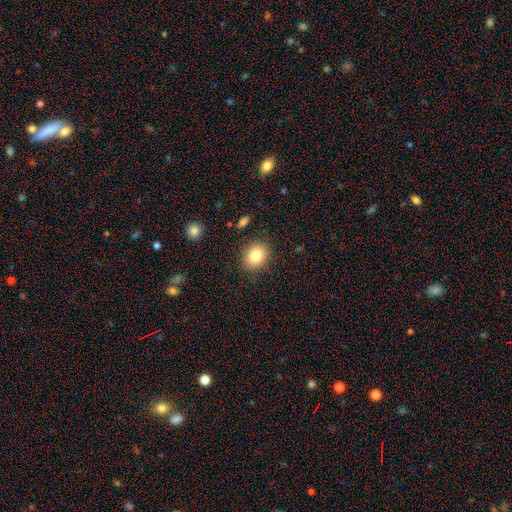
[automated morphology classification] Smooth or featured?
  - smooth: 81% *
  - star or artifact: 10%
  - featured or disk: 9%
How rounded?
  - round: 54% *
  - in between: 45%
  - cigar-shaped: 1%
Merging?
  - none: 87% *
  - minor disturbance: 9%
  - major disturbance: 3%
  - merger: 2%